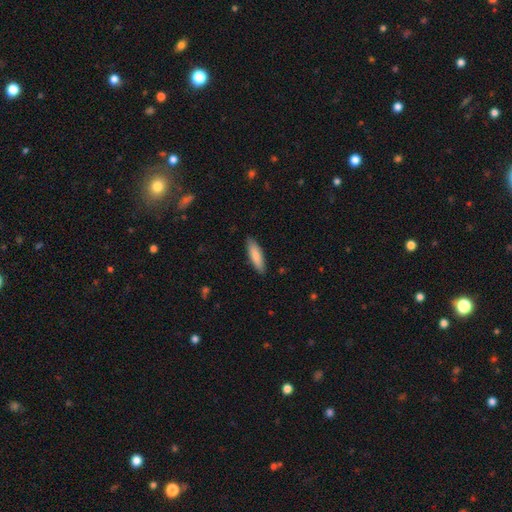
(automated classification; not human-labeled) A smooth galaxy with no disk features (84%) that is cigar-shaped (61%). Merging: none (88%).